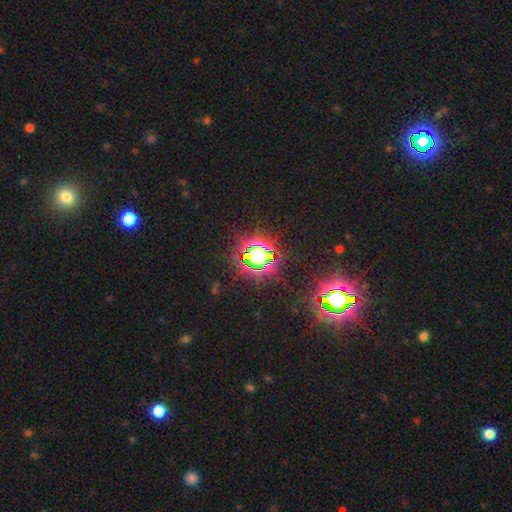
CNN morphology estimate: A star or artifact, not a galaxy (75%).

Vote fractions:
- Smooth or featured? star or artifact: 75% / smooth: 16% / featured or disk: 9%